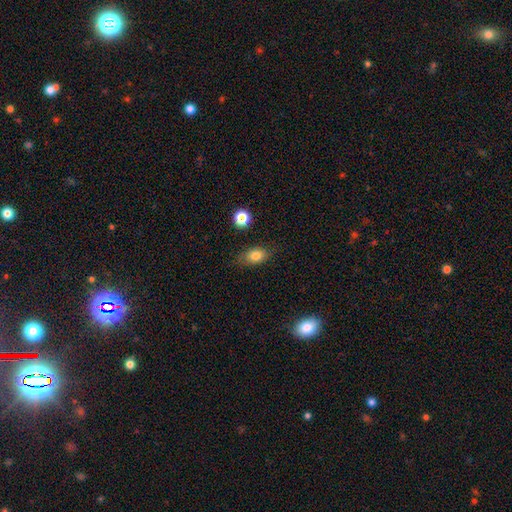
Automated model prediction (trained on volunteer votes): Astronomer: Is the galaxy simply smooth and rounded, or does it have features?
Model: smooth — 81%.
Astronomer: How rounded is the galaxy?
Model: in between — 78%.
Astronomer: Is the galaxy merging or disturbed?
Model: none — 77%.